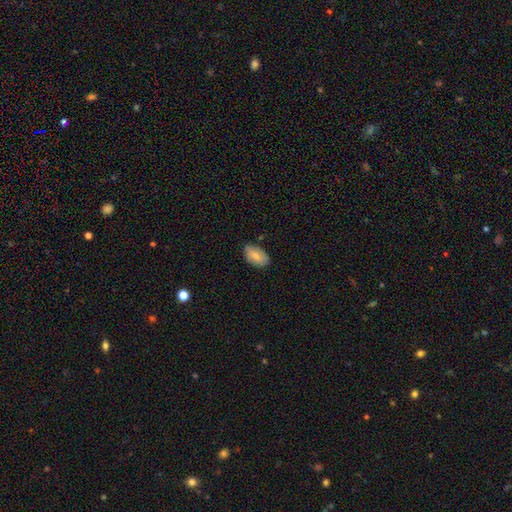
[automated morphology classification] Smooth or featured? smooth (77%)
How rounded? in between (91%)
Merging? none (71%)